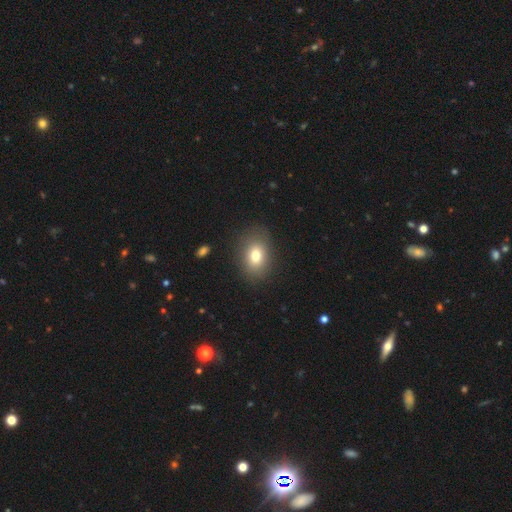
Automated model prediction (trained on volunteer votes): The model was most divided on "how rounded": in between: 72%, round: 27%, cigar-shaped: 1%. More confident: merging — none (84%); smooth or featured — smooth (77%).